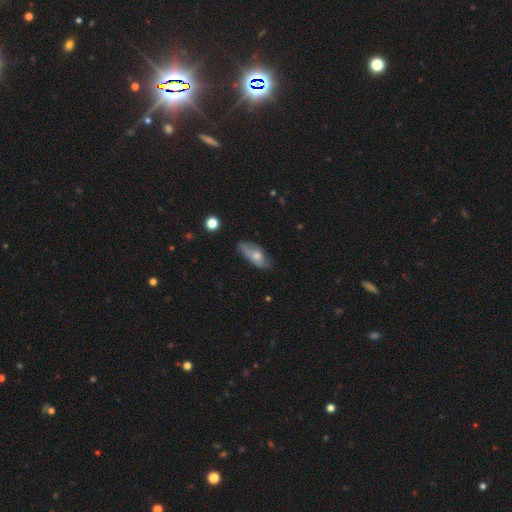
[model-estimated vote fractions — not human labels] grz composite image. It shows a smooth galaxy with no disk features (63%) that is in between round and cigar-shaped (80%). Merging: none (58%).